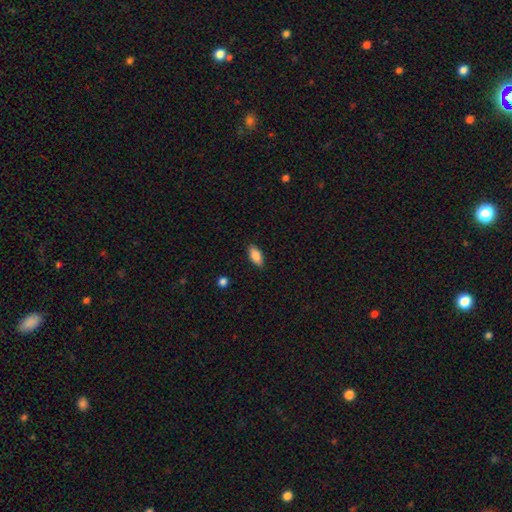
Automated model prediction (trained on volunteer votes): Smooth or featured?
  - smooth: 86% *
  - featured or disk: 7%
  - star or artifact: 7%
How rounded?
  - in between: 88% *
  - cigar-shaped: 9%
  - round: 3%
Merging?
  - none: 87% *
  - minor disturbance: 10%
  - major disturbance: 2%
  - merger: 1%